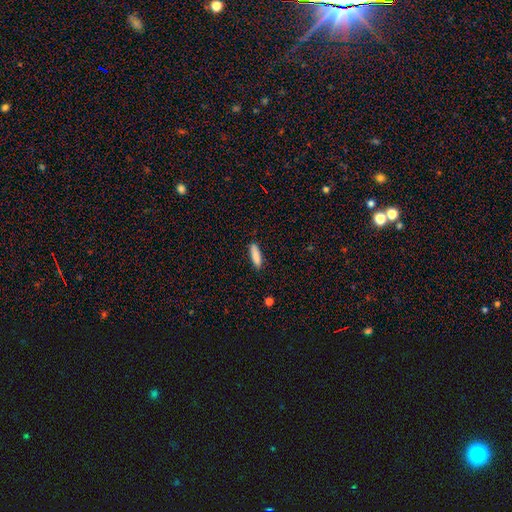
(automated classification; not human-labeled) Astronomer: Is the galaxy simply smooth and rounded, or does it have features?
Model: smooth — 87%.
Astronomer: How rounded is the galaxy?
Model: cigar-shaped — 65%.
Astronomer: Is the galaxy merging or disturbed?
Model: none — 86%.